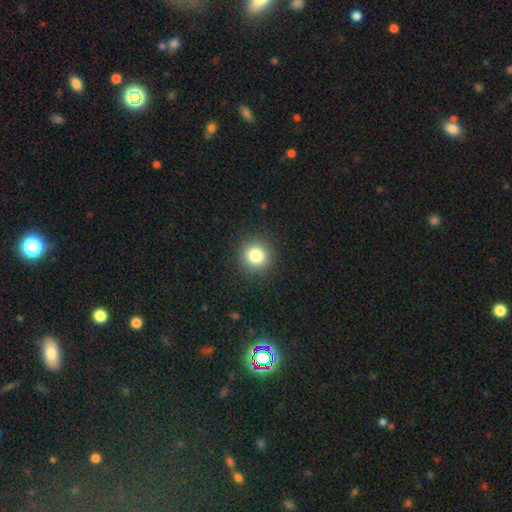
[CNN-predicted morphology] Smooth or featured? Predicted: smooth (p=0.81). How rounded? Predicted: round (p=0.91). Merging? Predicted: none (p=0.91).